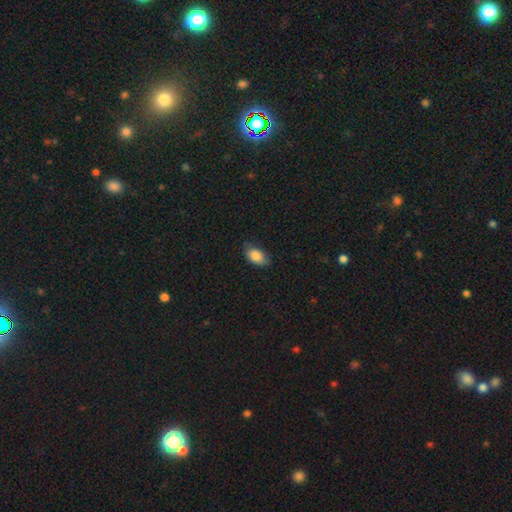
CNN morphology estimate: Smooth or featured?
  - smooth: 86% *
  - star or artifact: 7%
  - featured or disk: 7%
How rounded?
  - in between: 91% *
  - round: 7%
  - cigar-shaped: 2%
Merging?
  - none: 71% *
  - minor disturbance: 24%
  - major disturbance: 4%
  - merger: 1%